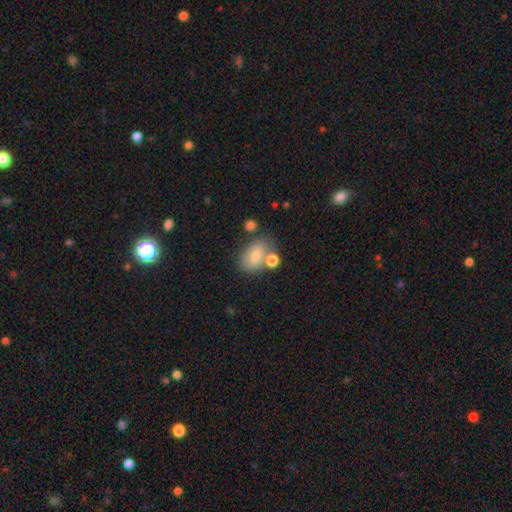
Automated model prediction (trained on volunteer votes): smooth 77%, featured or disk 14%, star or artifact 9%. Down the decision tree: how rounded — in between (82%); merging — none (52%).